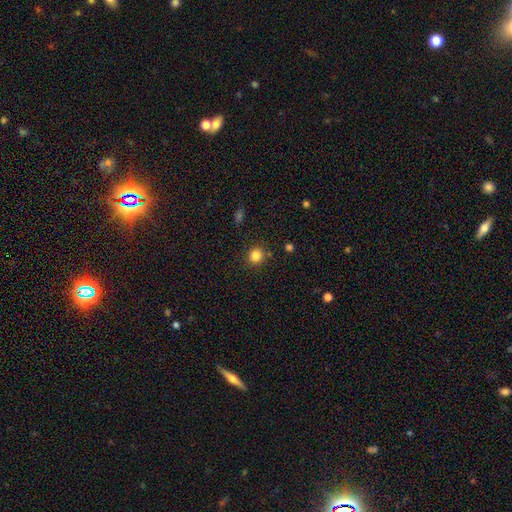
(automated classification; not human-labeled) A smooth galaxy with no disk features (83%) that is round (89%). Merging: none (87%).